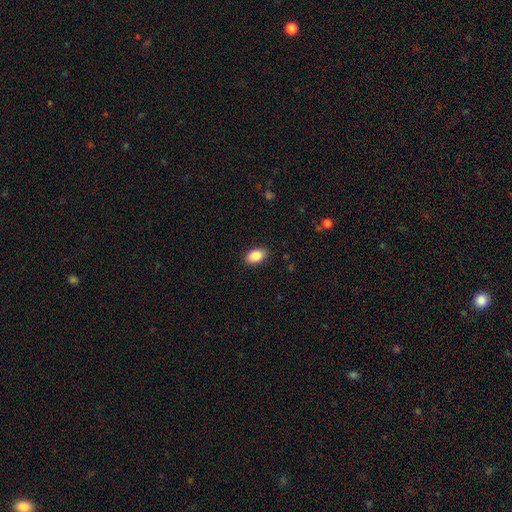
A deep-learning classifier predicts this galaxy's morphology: Smooth or featured? smooth (87%)
How rounded? in between (90%)
Merging? none (88%)